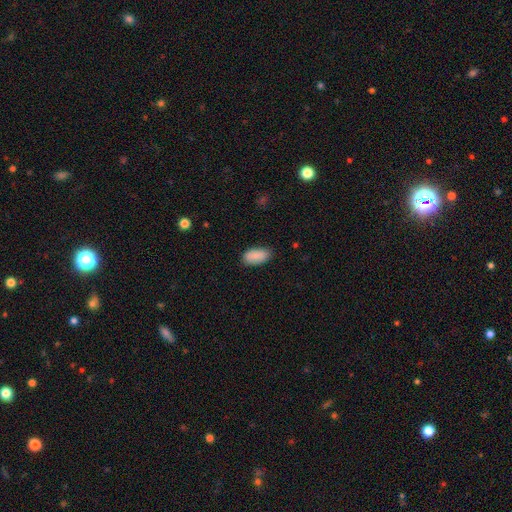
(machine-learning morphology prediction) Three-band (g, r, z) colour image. It shows a smooth galaxy with no disk features (88%) that is in between round and cigar-shaped (93%). Merging: none (82%).